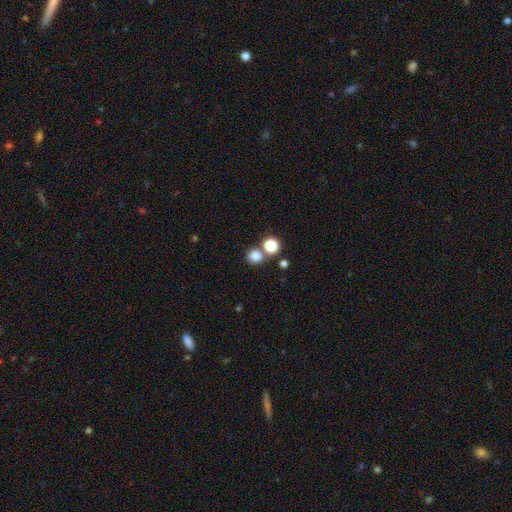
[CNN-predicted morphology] Overall: smooth (79%). How rounded: round (87%). Merging: none (66%).